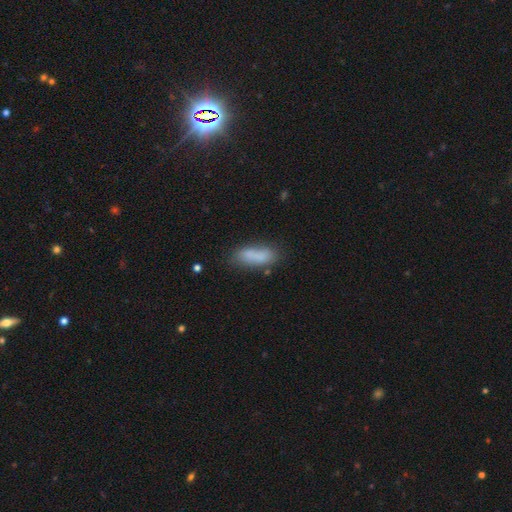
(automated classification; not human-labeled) Overall: smooth (78%). How rounded: in between (70%). Merging: none (59%; minor disturbance 23%).